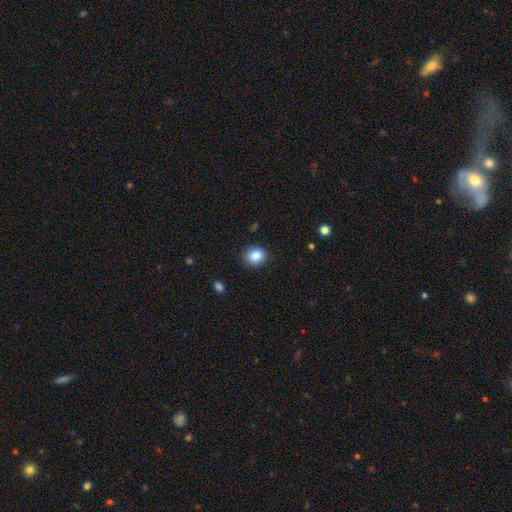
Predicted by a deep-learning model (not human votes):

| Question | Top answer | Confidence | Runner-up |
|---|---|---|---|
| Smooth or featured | smooth | 86% | star or artifact (9%) |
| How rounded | round | 79% | in between (20%) |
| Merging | none | 88% | minor disturbance (8%) |